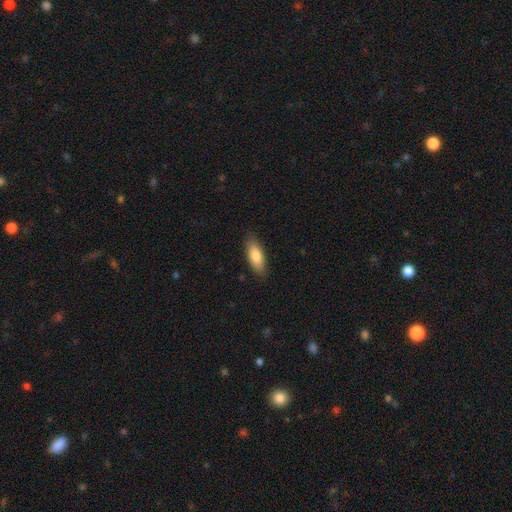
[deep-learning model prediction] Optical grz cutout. It shows a smooth galaxy with no disk features (81%) that is in between round and cigar-shaped (72%). Merging: none (85%).